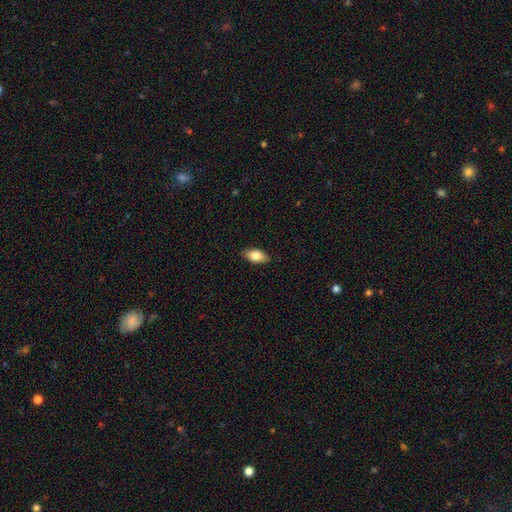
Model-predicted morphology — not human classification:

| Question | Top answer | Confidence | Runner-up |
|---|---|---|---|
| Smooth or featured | smooth | 82% | featured or disk (11%) |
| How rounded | in between | 91% | cigar-shaped (6%) |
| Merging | none | 88% | minor disturbance (9%) |